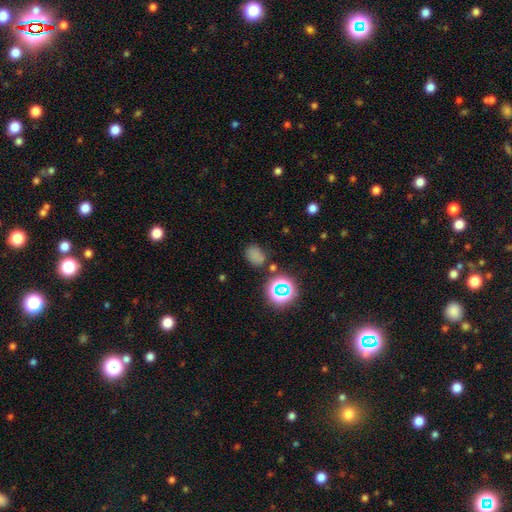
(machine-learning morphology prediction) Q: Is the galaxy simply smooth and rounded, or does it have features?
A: smooth — 70%.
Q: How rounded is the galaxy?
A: in between — 63%.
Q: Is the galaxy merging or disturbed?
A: none — 72%.